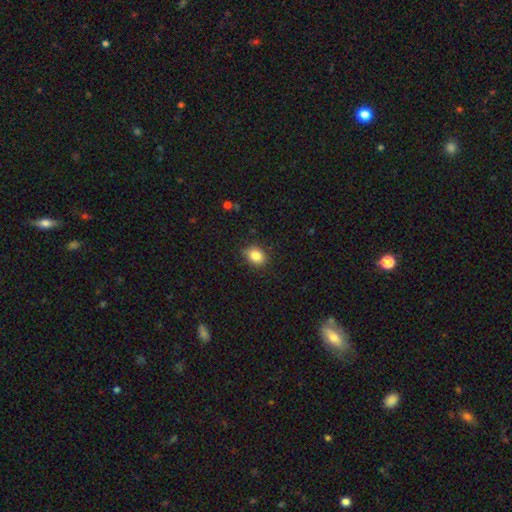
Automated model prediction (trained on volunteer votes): Smooth or featured? smooth (84%)
How rounded? in between (58%)
Merging? none (81%)